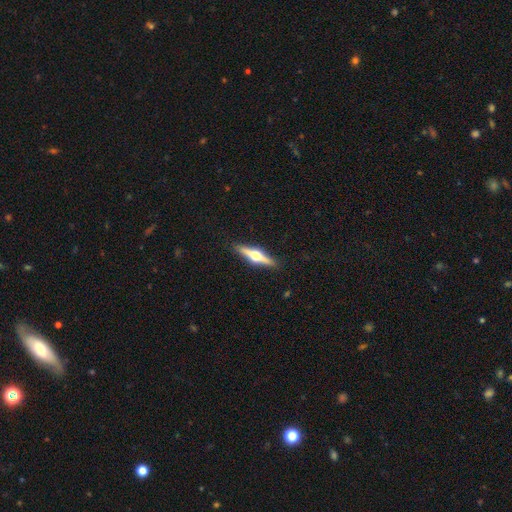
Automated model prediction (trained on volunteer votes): Overall: featured or disk (72%). Edge-on disk: yes (98%). Edge-on bulge: rounded (96%). Merging: none (91%).